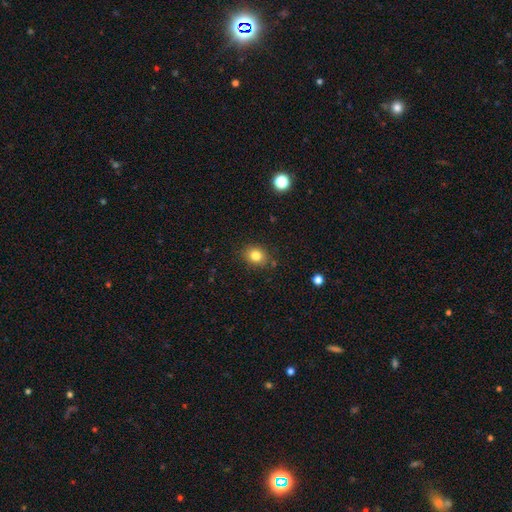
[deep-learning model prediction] This appears to be a smooth galaxy with no disk features (81%) that is round (58%). Merging: none (85%).